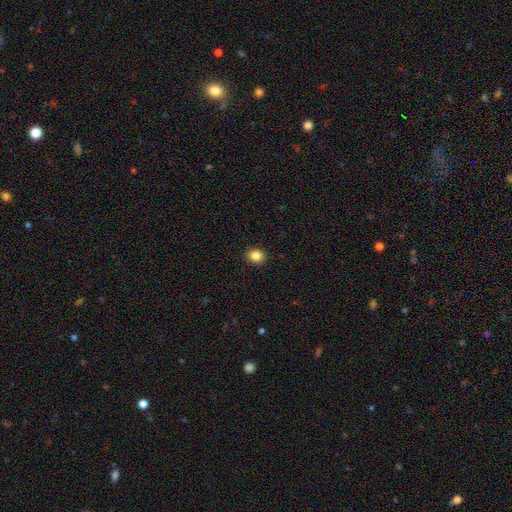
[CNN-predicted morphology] smooth_or_featured: smooth (p=0.85) [alt: star or artifact p=0.10]
how_rounded: round (p=0.65) [alt: in between p=0.34]
merging: none (p=0.91) [alt: minor disturbance p=0.07]